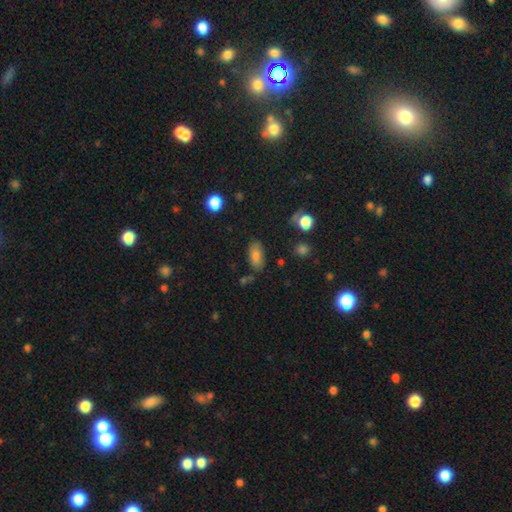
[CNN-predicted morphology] smooth 78%, featured or disk 12%, star or artifact 10%. Down the decision tree: how rounded — in between (90%); merging — none (78%).